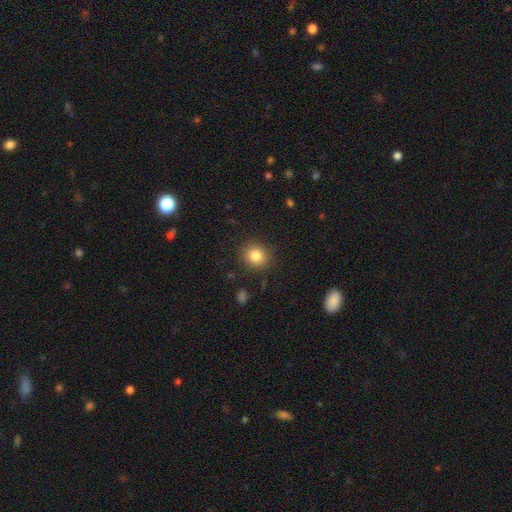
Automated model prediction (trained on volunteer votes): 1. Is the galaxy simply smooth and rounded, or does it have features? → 83% smooth, 11% star or artifact, 6% featured or disk.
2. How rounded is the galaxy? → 87% round, 12% in between, 1% cigar-shaped.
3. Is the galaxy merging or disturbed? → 88% none, 8% minor disturbance, 3% major disturbance, 1% merger.